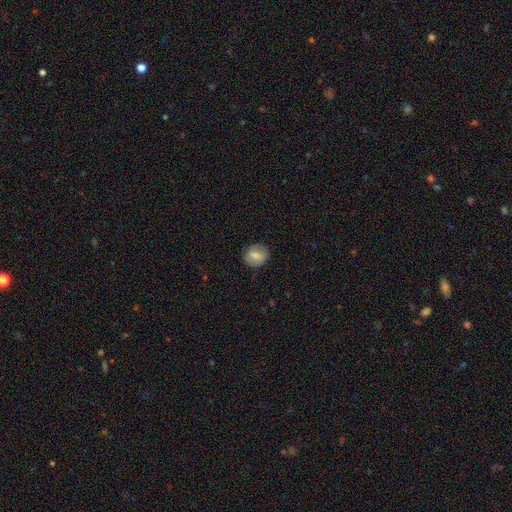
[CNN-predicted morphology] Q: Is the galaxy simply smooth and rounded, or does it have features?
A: smooth — 73%.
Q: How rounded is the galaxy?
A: round — 80%.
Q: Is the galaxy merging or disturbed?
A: none — 85%.